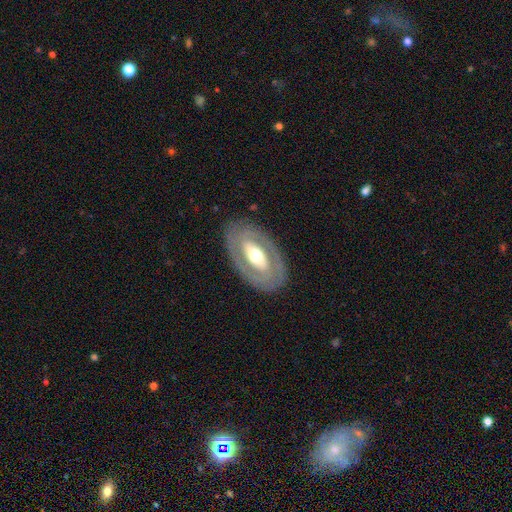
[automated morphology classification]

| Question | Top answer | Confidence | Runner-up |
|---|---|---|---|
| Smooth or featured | featured or disk | 70% | smooth (25%) |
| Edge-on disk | no | 90% | yes (10%) |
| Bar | no | 47% | strong (28%) |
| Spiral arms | no | 64% | yes (36%) |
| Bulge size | moderate | 64% | large (19%) |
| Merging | none | 83% | minor disturbance (11%) |